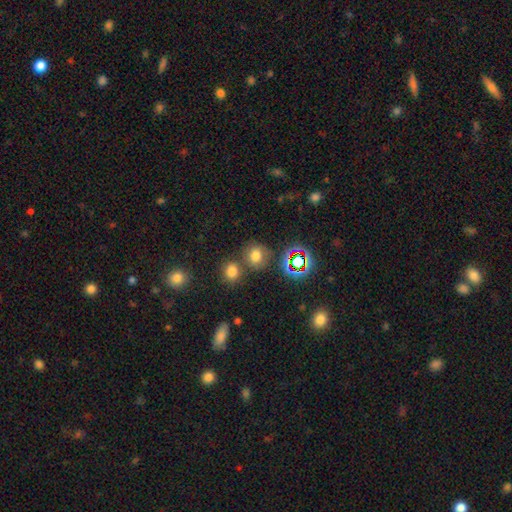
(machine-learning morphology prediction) A smooth galaxy with no disk features (69%) that is round (76%).

Vote fractions:
- Smooth or featured? smooth: 69% / star or artifact: 22% / featured or disk: 9%
- How rounded? round: 76% / in between: 23% / cigar-shaped: 1%
- Merging? none: 66% / merger: 19% / minor disturbance: 11% / major disturbance: 4%